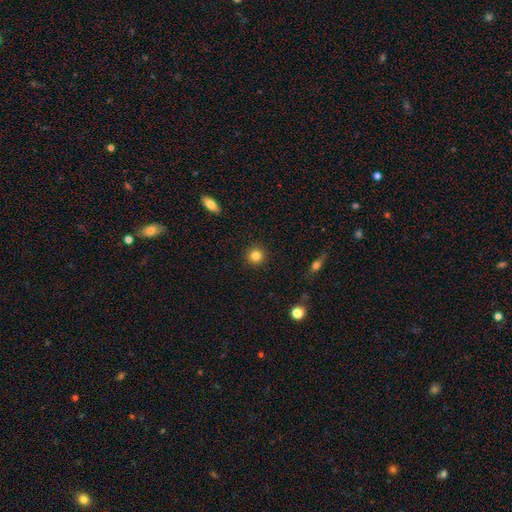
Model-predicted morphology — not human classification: A smooth galaxy with no disk features (85%) that is round (94%). Merging: none (92%).